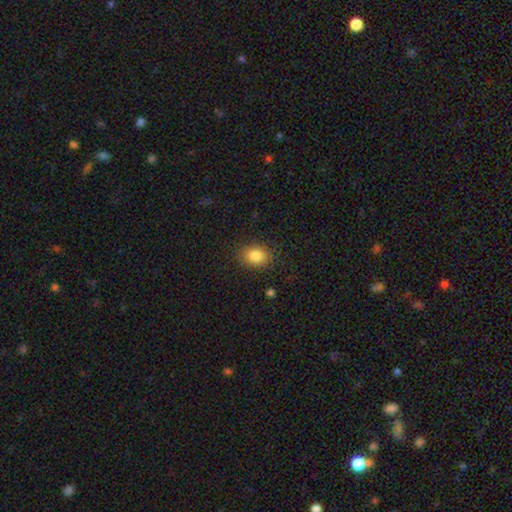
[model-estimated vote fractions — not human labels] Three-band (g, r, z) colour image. It shows a smooth galaxy with no disk features (84%) that is in between round and cigar-shaped (59%). Merging: none (86%).